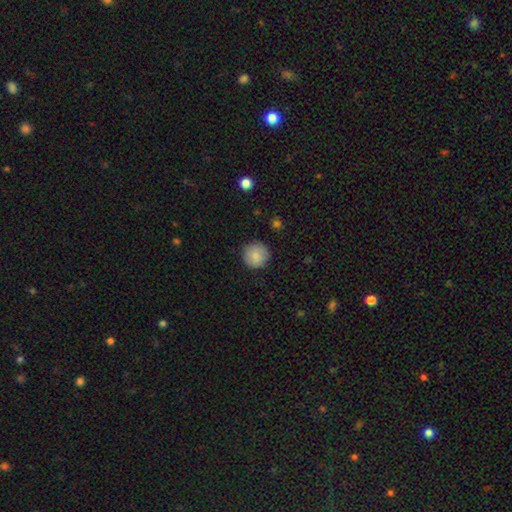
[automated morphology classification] A smooth galaxy with no disk features (87%) that is round (95%).

Vote fractions:
- Smooth or featured? smooth: 87% / star or artifact: 7% / featured or disk: 6%
- How rounded? round: 95% / in between: 4% / cigar-shaped: 1%
- Merging? none: 89% / minor disturbance: 8% / major disturbance: 2% / merger: 1%